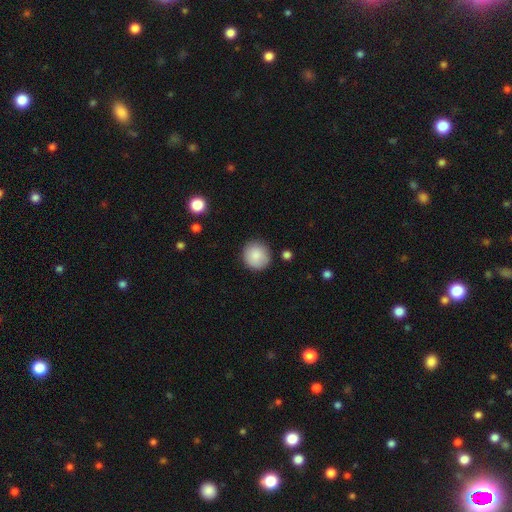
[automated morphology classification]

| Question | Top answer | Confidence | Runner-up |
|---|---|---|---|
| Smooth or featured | smooth | 88% | star or artifact (7%) |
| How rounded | round | 92% | in between (7%) |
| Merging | none | 87% | minor disturbance (9%) |